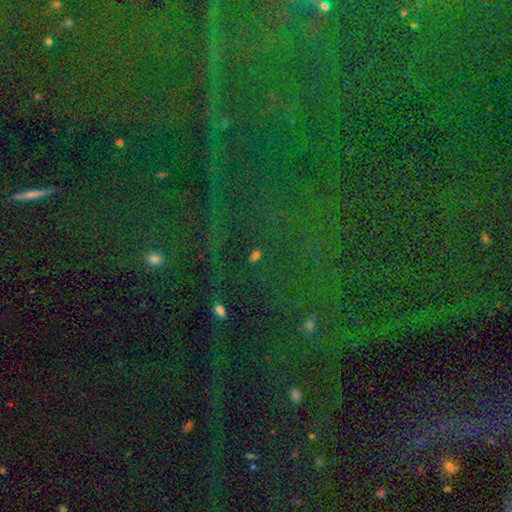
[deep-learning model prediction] smooth-or-featured: star or artifact: 51% | smooth: 40% | featured or disk: 9%